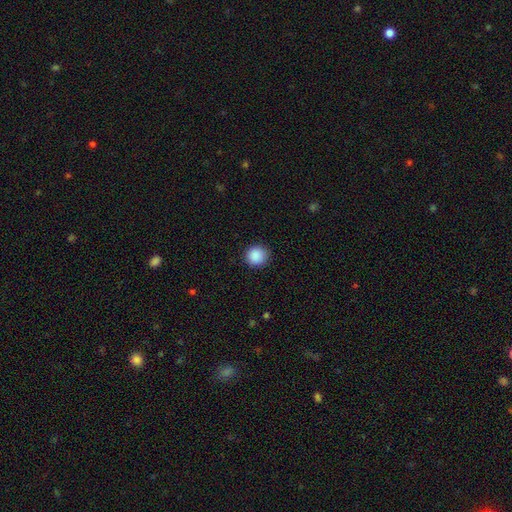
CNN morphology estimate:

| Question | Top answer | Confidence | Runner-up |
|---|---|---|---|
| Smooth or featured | smooth | 89% | star or artifact (8%) |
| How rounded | round | 91% | in between (8%) |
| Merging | none | 88% | minor disturbance (9%) |